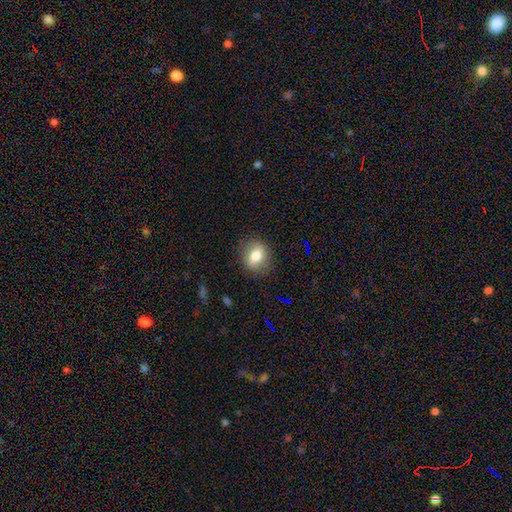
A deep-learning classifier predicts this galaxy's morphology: Smooth or featured: smooth — 71% (featured or disk — 18%)
How rounded: round — 51% (in between — 47%)
Merging: none — 85% (minor disturbance — 11%)